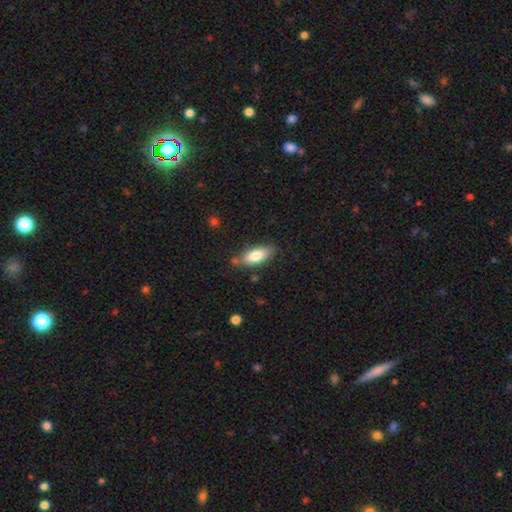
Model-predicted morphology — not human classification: smooth-or-featured: smooth: 77% | featured or disk: 16% | star or artifact: 6%
  how-rounded: in between: 74% | cigar-shaped: 23% | round: 2%
  merging: none: 75% | minor disturbance: 17% | merger: 5% | major disturbance: 4%